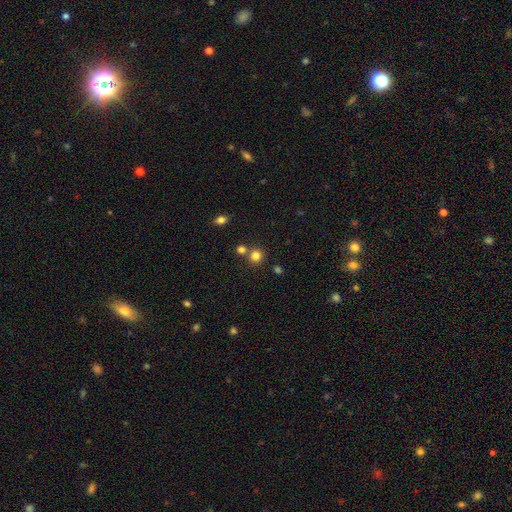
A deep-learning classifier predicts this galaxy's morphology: Smooth or featured? smooth (80%)
How rounded? round (90%)
Merging? none (70%)